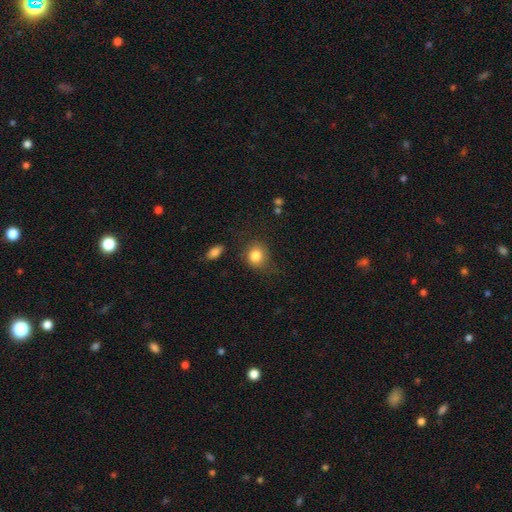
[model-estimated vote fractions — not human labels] A smooth galaxy with no disk features (83%) that is round (75%). Merging: none (71%).